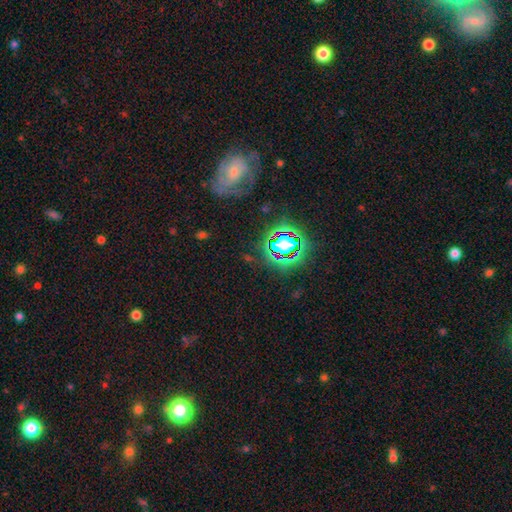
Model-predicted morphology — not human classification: Smooth or featured?
  - star or artifact: 72% *
  - smooth: 15%
  - featured or disk: 13%